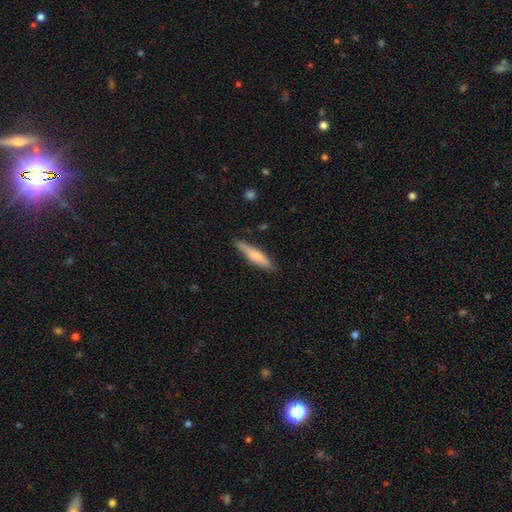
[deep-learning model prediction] smooth 60%, featured or disk 34%, star or artifact 6%. Down the decision tree: how rounded — cigar-shaped (82%); merging — none (85%).